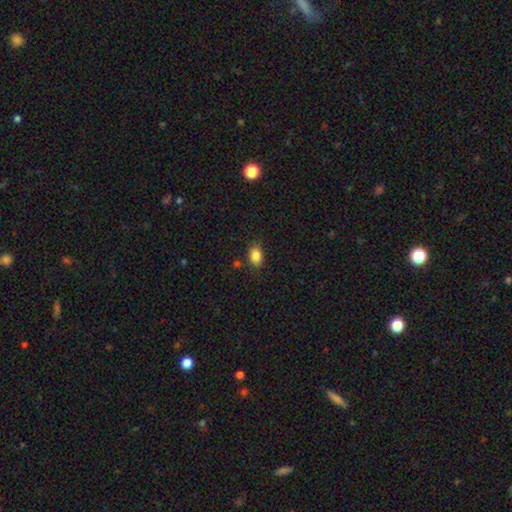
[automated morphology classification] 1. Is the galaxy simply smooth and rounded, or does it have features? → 85% smooth, 9% star or artifact, 6% featured or disk.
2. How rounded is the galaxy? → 77% in between, 22% round, 1% cigar-shaped.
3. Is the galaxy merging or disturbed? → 80% none, 14% minor disturbance, 3% major disturbance, 3% merger.